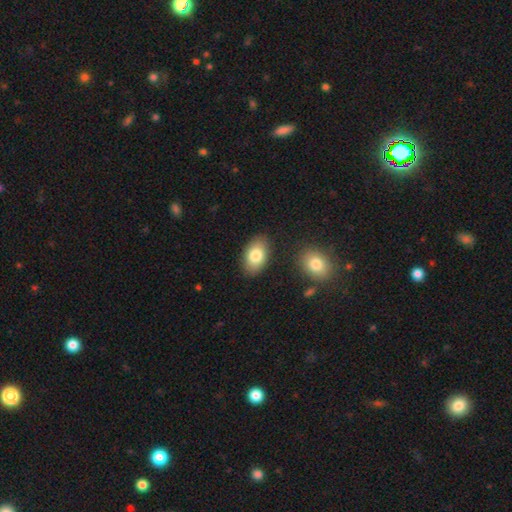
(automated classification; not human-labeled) Smooth or featured?
  - smooth: 82% *
  - featured or disk: 11%
  - star or artifact: 7%
How rounded?
  - in between: 91% *
  - round: 8%
  - cigar-shaped: 1%
Merging?
  - none: 85% *
  - minor disturbance: 10%
  - merger: 3%
  - major disturbance: 3%